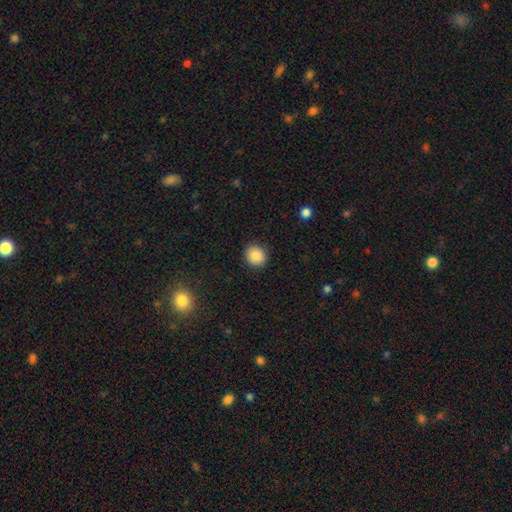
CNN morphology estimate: type=smooth (86%); roundness=round (86%); merging=none (90%).